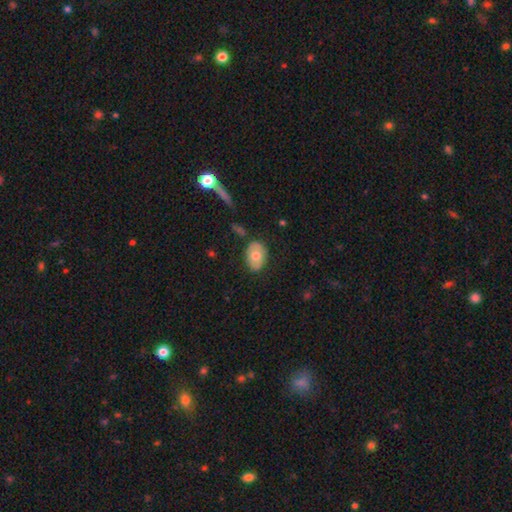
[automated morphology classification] smooth-or-featured: smooth: 66% | featured or disk: 27% | star or artifact: 7%
  how-rounded: in between: 79% | round: 19% | cigar-shaped: 1%
  merging: none: 78% | minor disturbance: 16% | major disturbance: 4% | merger: 2%